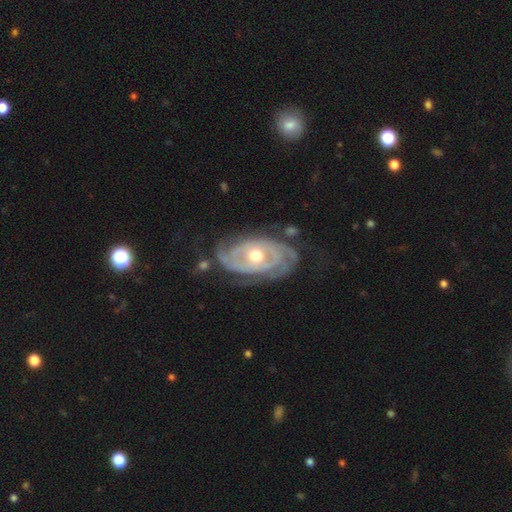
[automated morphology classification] type=featured or disk (88%); edge-on=no (95%); bar=no (74%); spiral arms=yes (92%); winding=tight (69%); arm count=2 (33%); bulge=moderate (76%); merging=none (65%).